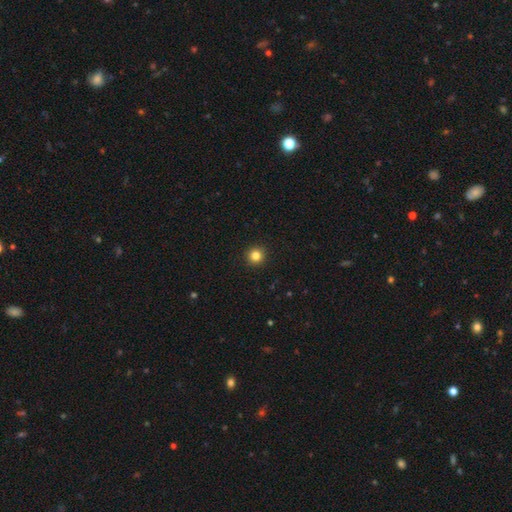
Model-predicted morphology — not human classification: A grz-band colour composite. It shows a smooth galaxy with no disk features (83%) that is round (96%). Merging: none (93%).